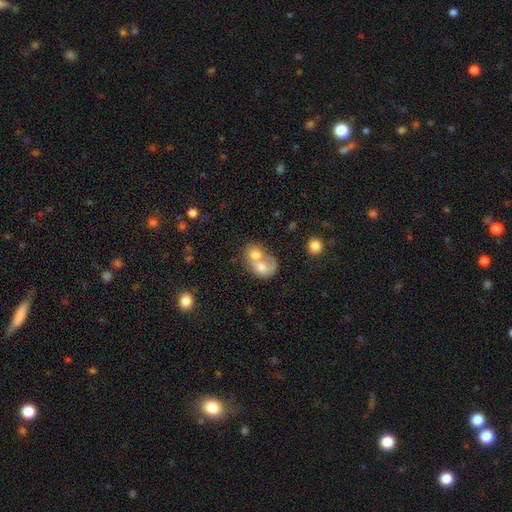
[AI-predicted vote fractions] Smooth or featured: smooth — 53% (featured or disk — 34%)
How rounded: round — 51% (in between — 48%)
Merging: merger — 72% (none — 17%)